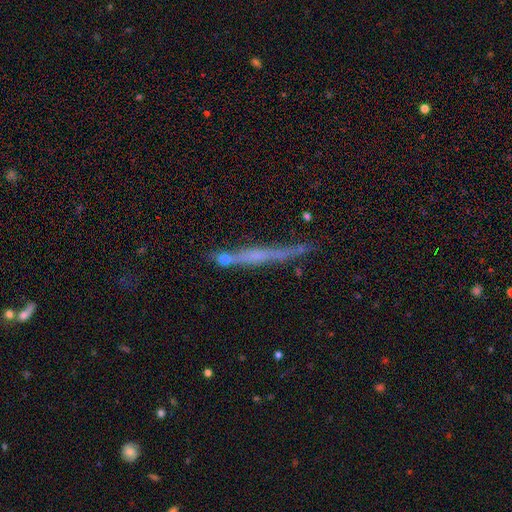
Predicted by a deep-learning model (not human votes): featured or disk 53%, smooth 35%, star or artifact 12%. Down the decision tree: edge-on disk — yes (92%); merging — none (72%).